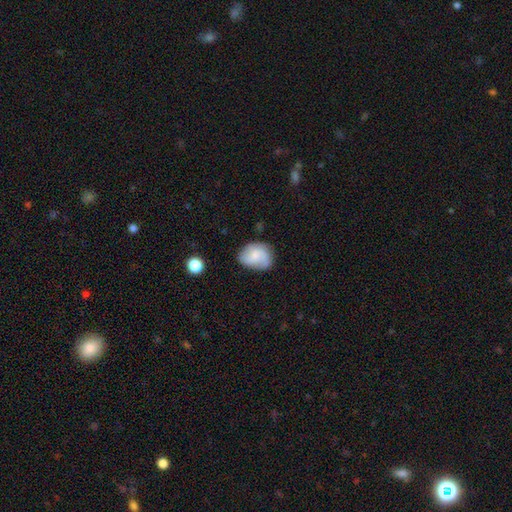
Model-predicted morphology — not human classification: Smooth or featured?
  - smooth: 59% *
  - featured or disk: 33%
  - star or artifact: 8%
How rounded?
  - in between: 61% *
  - round: 38%
  - cigar-shaped: 1%
Merging?
  - none: 60% *
  - minor disturbance: 28%
  - major disturbance: 9%
  - merger: 3%